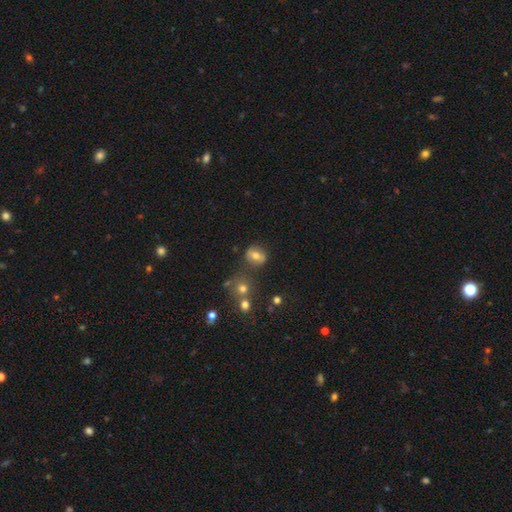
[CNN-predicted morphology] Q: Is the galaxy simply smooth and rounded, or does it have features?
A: smooth — 62%.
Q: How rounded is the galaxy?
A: round — 58%.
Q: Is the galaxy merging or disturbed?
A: none — 75%.